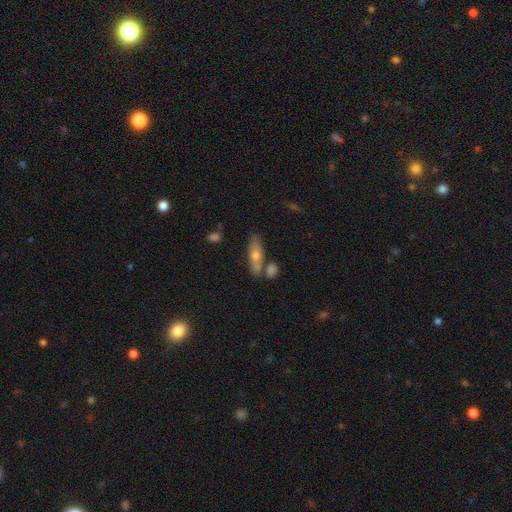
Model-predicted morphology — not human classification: Smooth or featured? smooth (61%)
How rounded? cigar-shaped (48%, tied with in between)
Merging? none (65%)